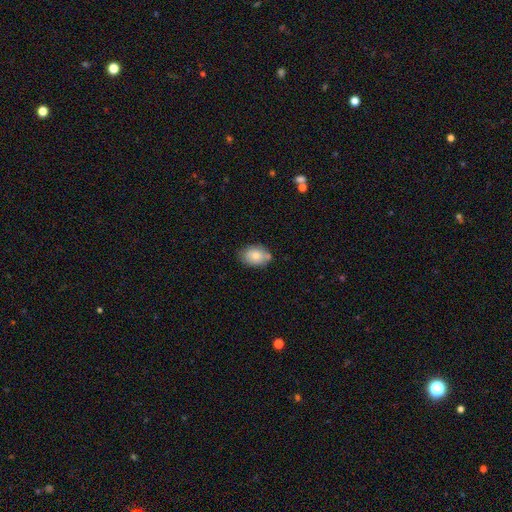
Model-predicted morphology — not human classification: Q: Smooth or featured?
A: smooth (79%); runner-up: featured or disk (14%)
Q: How rounded?
A: in between (73%); runner-up: round (26%)
Q: Merging?
A: none (67%); runner-up: minor disturbance (21%)